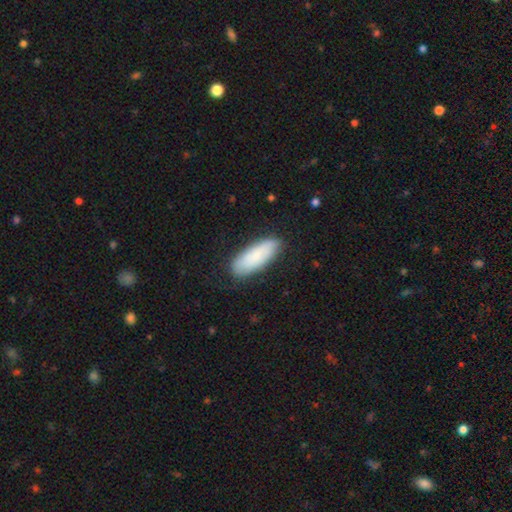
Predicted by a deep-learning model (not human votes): Smooth or featured? smooth (81%)
How rounded? in between (69%)
Merging? none (84%)